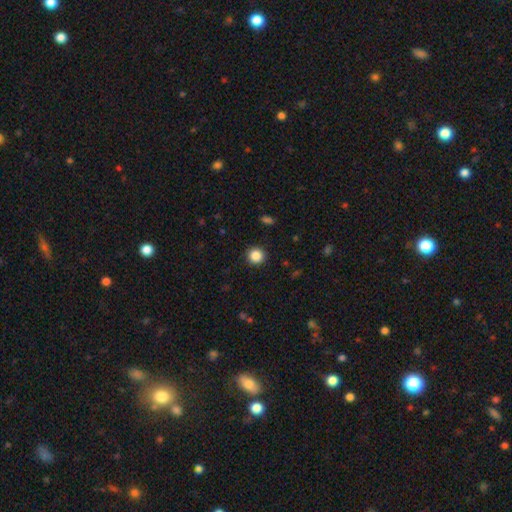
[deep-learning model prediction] This is clearly a smooth galaxy (86%). How rounded: clearly round (93%). Merging: clearly none (92%).